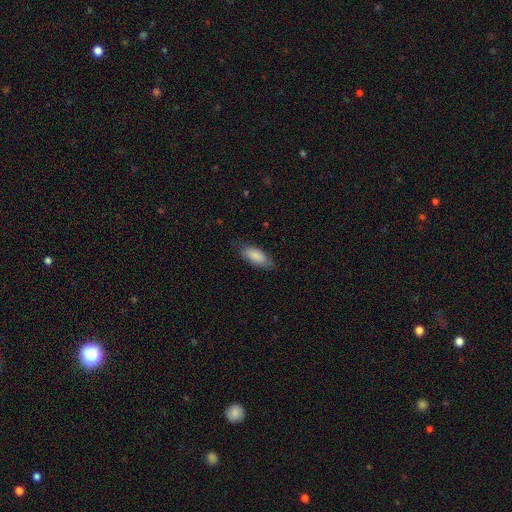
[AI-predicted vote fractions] smooth 86%, featured or disk 9%, star or artifact 6%. Down the decision tree: how rounded — in between (81%); merging — none (76%).